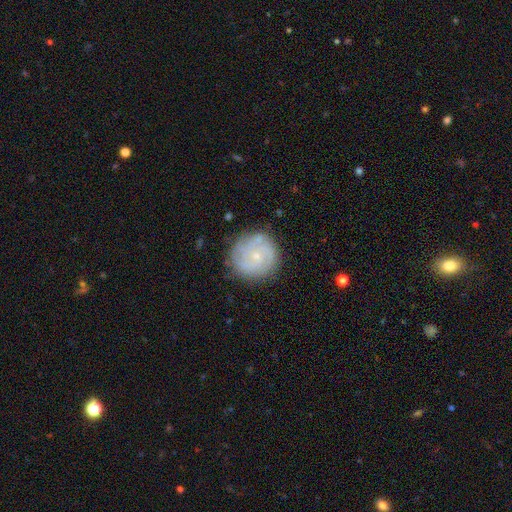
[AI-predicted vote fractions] Smooth or featured? featured or disk (72%)
Edge-on disk? no (98%)
Bar? no (79%)
Spiral arms? yes (91%)
Spiral winding? tight (67%)
Spiral arm count? can't tell (31%)
Bulge size? small (79%)
Merging? none (81%)